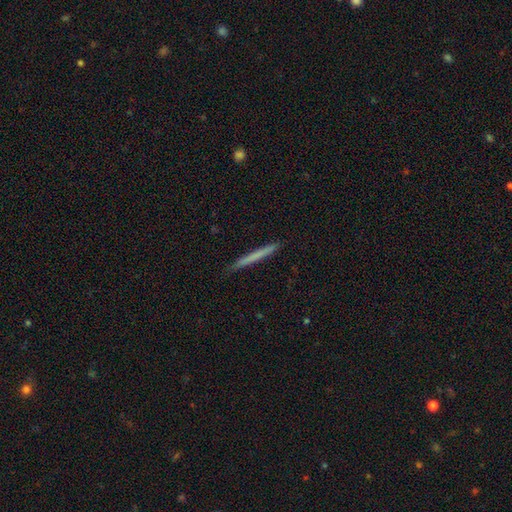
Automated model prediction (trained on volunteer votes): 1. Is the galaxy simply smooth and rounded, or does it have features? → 63% smooth, 31% featured or disk, 6% star or artifact.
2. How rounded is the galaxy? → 97% cigar-shaped, 2% in between, 1% round.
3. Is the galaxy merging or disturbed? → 90% none, 8% minor disturbance, 1% major disturbance, 1% merger.